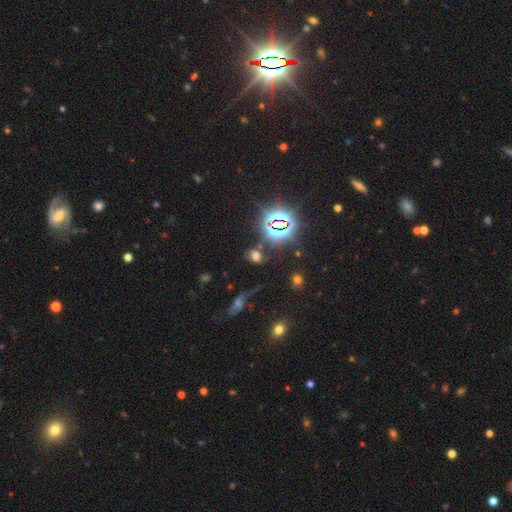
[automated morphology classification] Q: Smooth or featured?
A: star or artifact (47%); runner-up: smooth (41%)